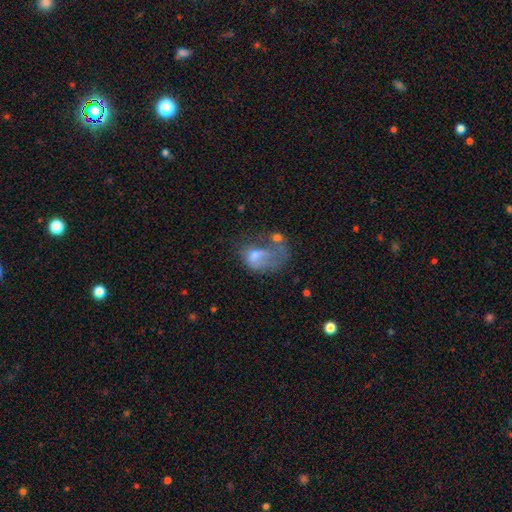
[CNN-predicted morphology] Smooth or featured? Predicted: smooth (p=0.47). Merging? Predicted: major disturbance (p=0.50).